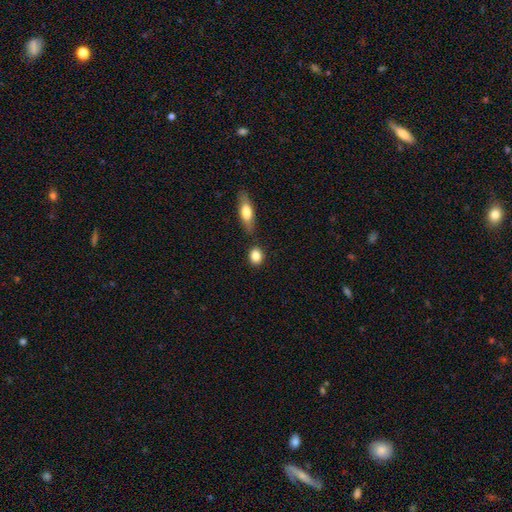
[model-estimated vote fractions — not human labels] Smooth or featured?
  - smooth: 85% *
  - star or artifact: 8%
  - featured or disk: 7%
How rounded?
  - round: 51% *
  - in between: 46%
  - cigar-shaped: 3%
Merging?
  - none: 77% *
  - minor disturbance: 11%
  - merger: 9%
  - major disturbance: 3%